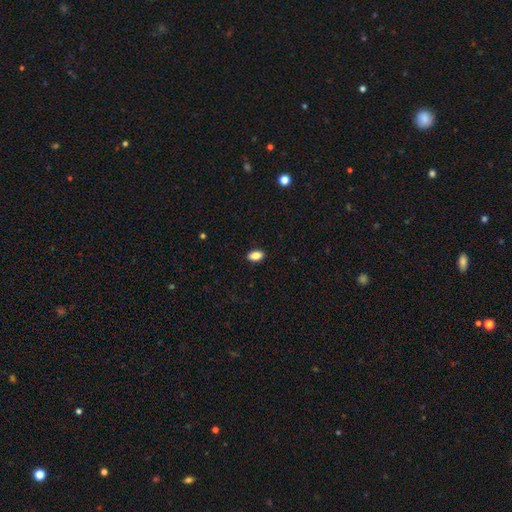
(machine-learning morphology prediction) A smooth galaxy with no disk features (88%) that is in between round and cigar-shaped (90%).

Vote fractions:
- Smooth or featured? smooth: 88% / star or artifact: 8% / featured or disk: 4%
- How rounded? in between: 90% / round: 7% / cigar-shaped: 3%
- Merging? none: 89% / minor disturbance: 8% / major disturbance: 2% / merger: 1%